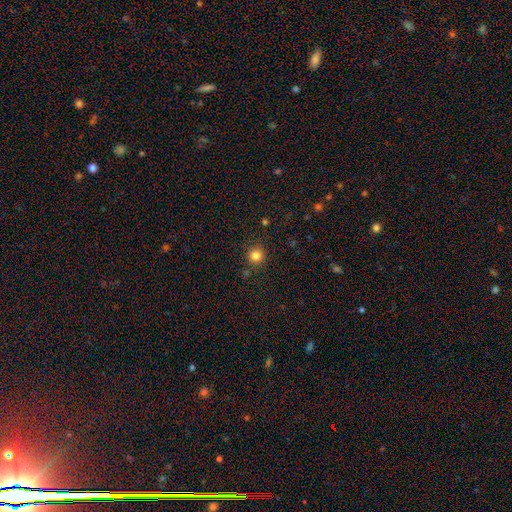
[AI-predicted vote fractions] Smooth or featured?
  - smooth: 82% *
  - star or artifact: 13%
  - featured or disk: 5%
How rounded?
  - round: 94% *
  - in between: 5%
  - cigar-shaped: 1%
Merging?
  - none: 89% *
  - minor disturbance: 7%
  - merger: 2%
  - major disturbance: 2%